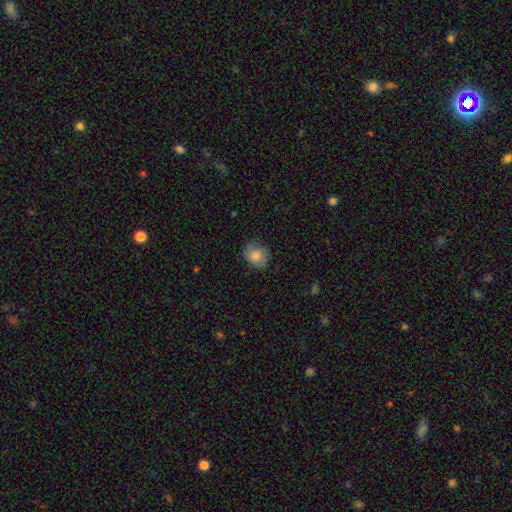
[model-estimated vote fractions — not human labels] smooth-or-featured: smooth: 78% | featured or disk: 14% | star or artifact: 8%
  how-rounded: round: 73% | in between: 27% | cigar-shaped: 1%
  merging: none: 73% | minor disturbance: 20% | major disturbance: 5% | merger: 1%